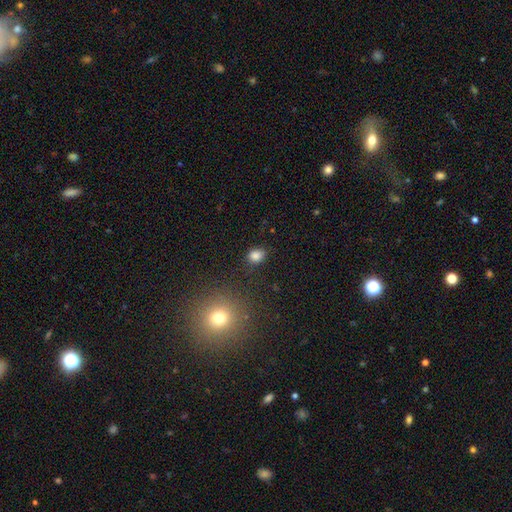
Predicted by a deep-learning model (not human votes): This is clearly a smooth galaxy (82%). How rounded: possibly in between (53%). Merging: likely none (78%).